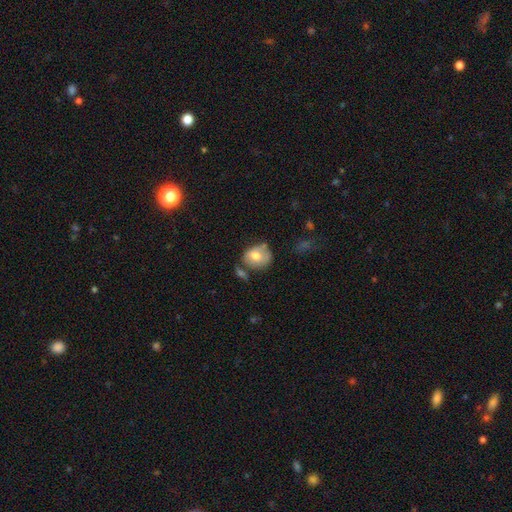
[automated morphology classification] The model was most divided on "how rounded": round: 57%, in between: 42%, cigar-shaped: 1%. Remaining: smooth or featured — smooth (70%); merging — none (46%).